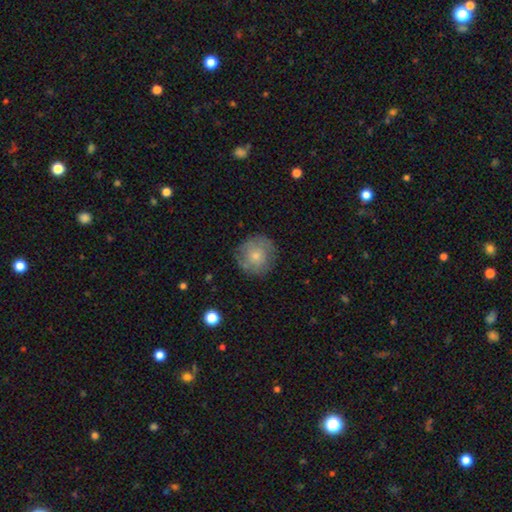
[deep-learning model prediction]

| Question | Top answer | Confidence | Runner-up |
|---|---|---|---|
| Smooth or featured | smooth | 65% | featured or disk (27%) |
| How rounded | round | 93% | in between (6%) |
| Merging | none | 76% | minor disturbance (17%) |